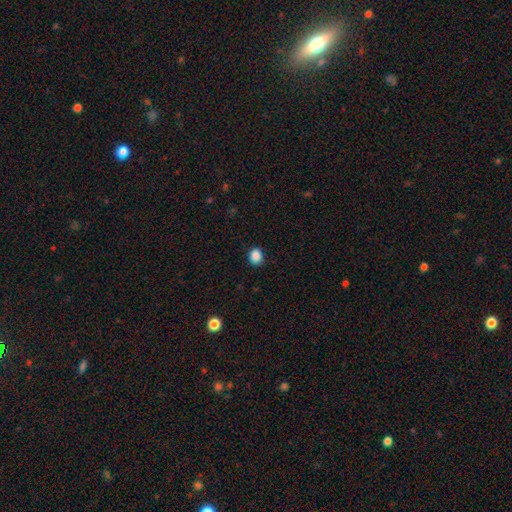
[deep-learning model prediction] Q: Smooth or featured?
A: smooth (88%); runner-up: star or artifact (9%)
Q: How rounded?
A: round (60%); runner-up: in between (39%)
Q: Merging?
A: none (89%); runner-up: minor disturbance (8%)